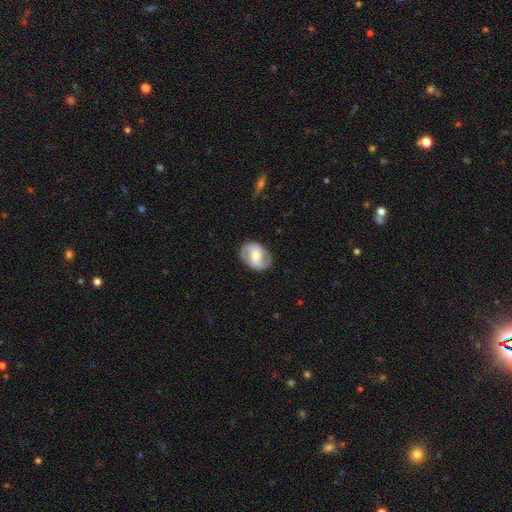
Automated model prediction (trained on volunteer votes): Overall: featured or disk (64%; smooth 30%). Edge-on disk: no (96%). Bar: no (39%; weak 38%). Spiral arms: yes (81%). Bulge size: moderate (57%; small 33%). Merging: none (83%).